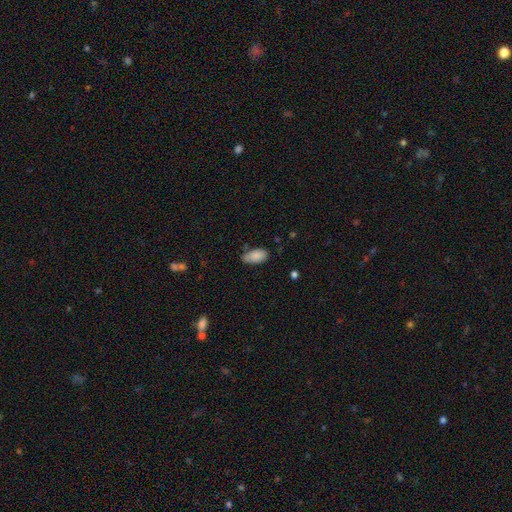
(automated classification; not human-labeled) A smooth galaxy with no disk features (87%) that is in between round and cigar-shaped (94%). Merging: none (65%).